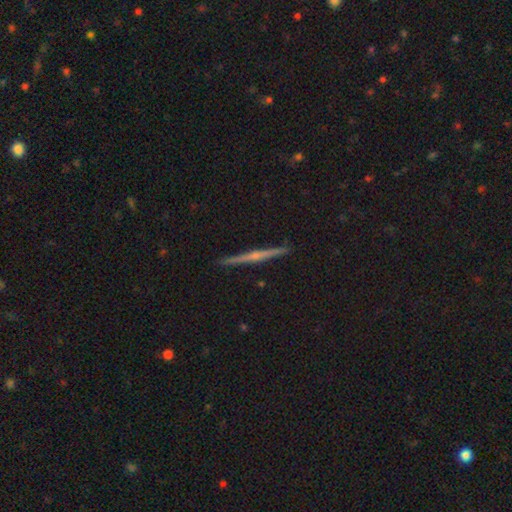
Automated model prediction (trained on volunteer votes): This is likely a featured or disk galaxy (74%). It is clearly viewed edge-on (98%). Edge-on bulge: likely rounded (62%). Merging: clearly none (93%).